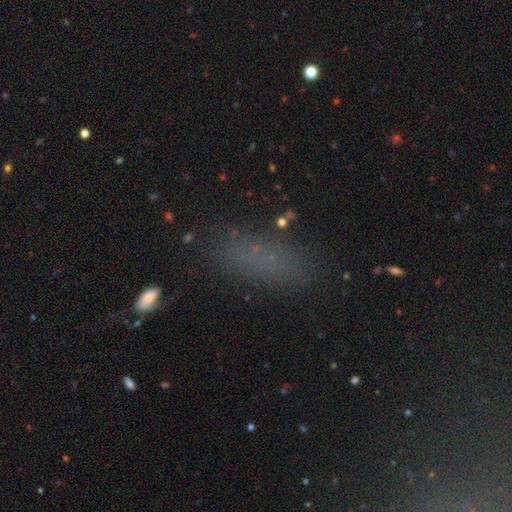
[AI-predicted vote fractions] Morphology: type=smooth (67%); roundness=in between (70%); merging=none (76%).